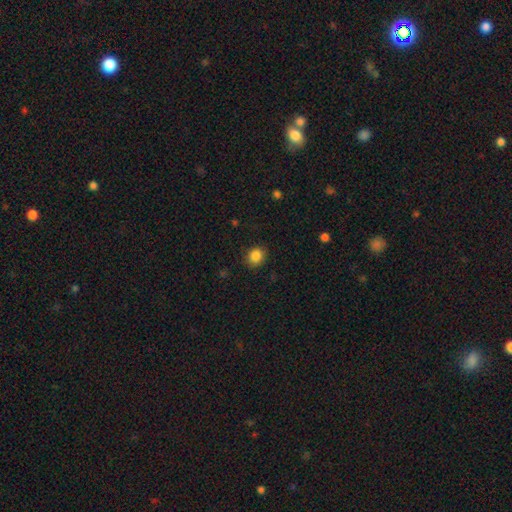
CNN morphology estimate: A smooth galaxy with no disk features (86%) that is round (74%). Merging: none (86%).